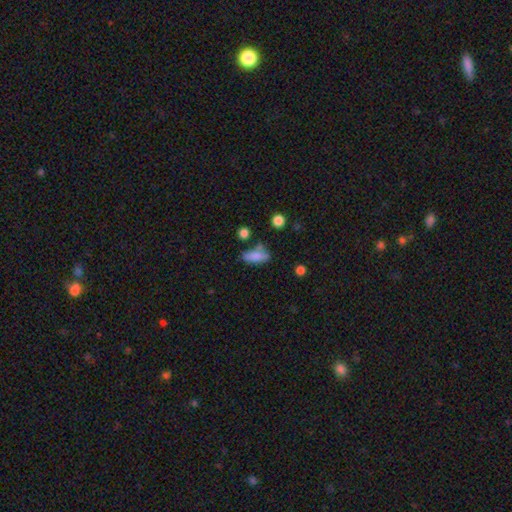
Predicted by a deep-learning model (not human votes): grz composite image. It shows a smooth galaxy with no disk features (79%) that is in between round and cigar-shaped (69%). Merging: none (57%).